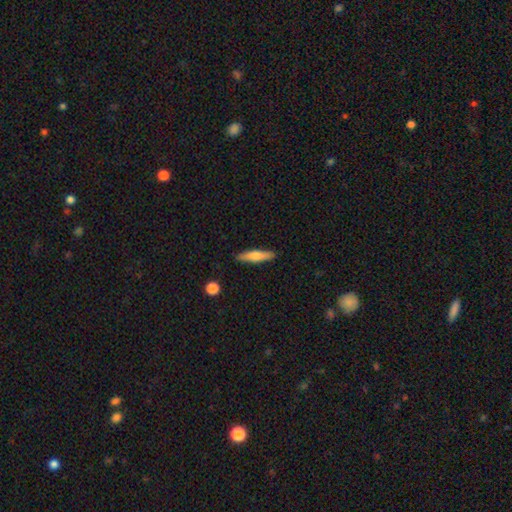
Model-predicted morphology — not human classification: Smooth or featured: smooth — 62% (featured or disk — 32%)
How rounded: cigar-shaped — 81% (in between — 17%)
Merging: none — 88% (minor disturbance — 9%)